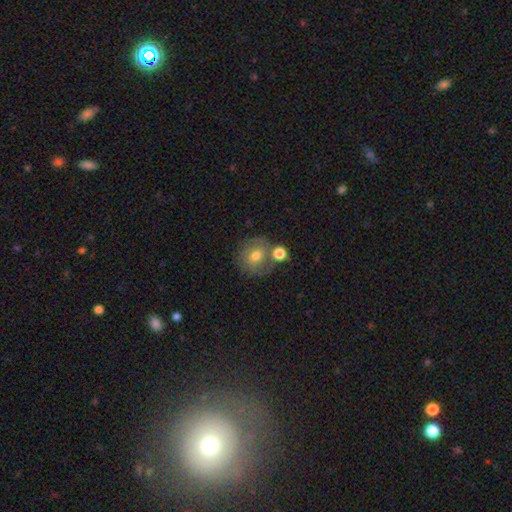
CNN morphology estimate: Smooth or featured? Predicted: smooth (p=0.63). How rounded? Predicted: round (p=0.82). Merging? Predicted: none (p=0.60).